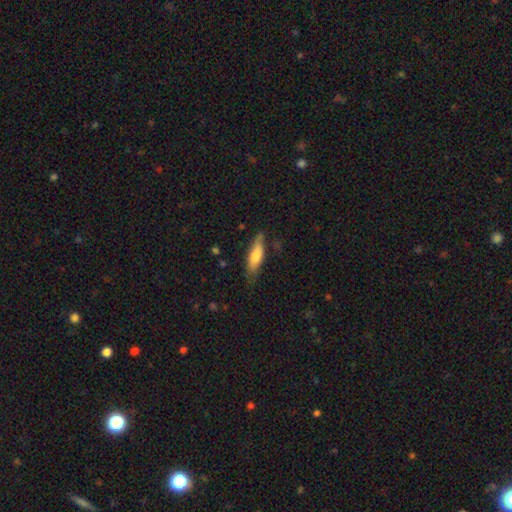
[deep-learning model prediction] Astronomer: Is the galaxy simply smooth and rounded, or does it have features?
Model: smooth — 70%.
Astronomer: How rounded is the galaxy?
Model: cigar-shaped — 51% (runner-up: in between, 47%).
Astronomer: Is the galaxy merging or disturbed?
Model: none — 67%.